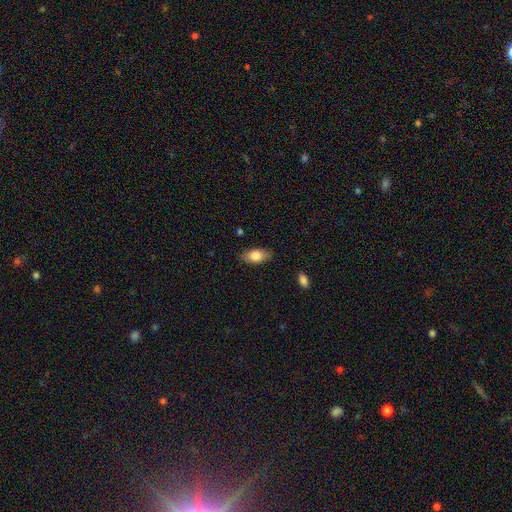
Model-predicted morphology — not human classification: Smooth or featured: smooth — 77% (featured or disk — 16%)
How rounded: in between — 89% (cigar-shaped — 6%)
Merging: none — 85% (minor disturbance — 12%)